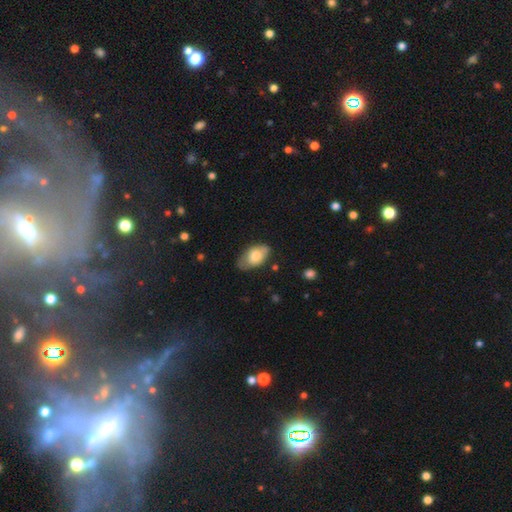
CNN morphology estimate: A smooth galaxy with no disk features (71%) that is in between round and cigar-shaped (92%).

Vote fractions:
- Smooth or featured? smooth: 71% / featured or disk: 22% / star or artifact: 6%
- How rounded? in between: 92% / round: 6% / cigar-shaped: 2%
- Merging? none: 61% / minor disturbance: 30% / major disturbance: 7% / merger: 2%